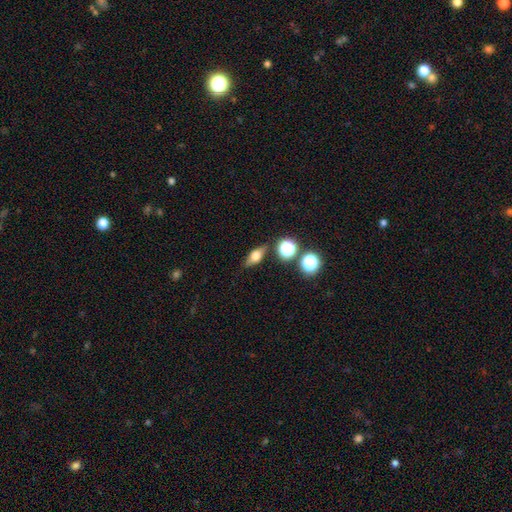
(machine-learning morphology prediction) Smooth or featured? smooth (54%)
How rounded? in between (61%)
Merging? none (80%)